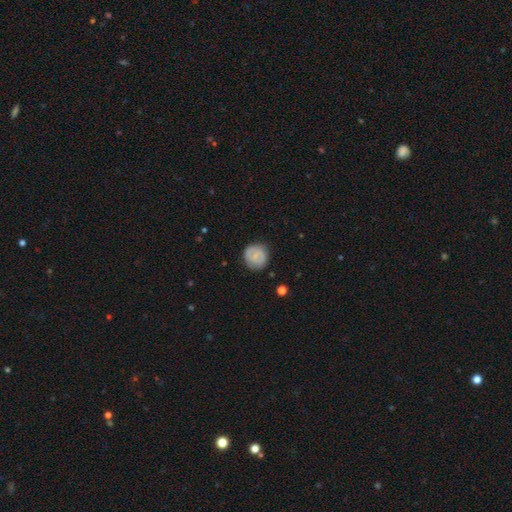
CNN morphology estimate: Smooth or featured? Predicted: smooth (p=0.59). How rounded? Predicted: round (p=0.89). Merging? Predicted: none (p=0.83).